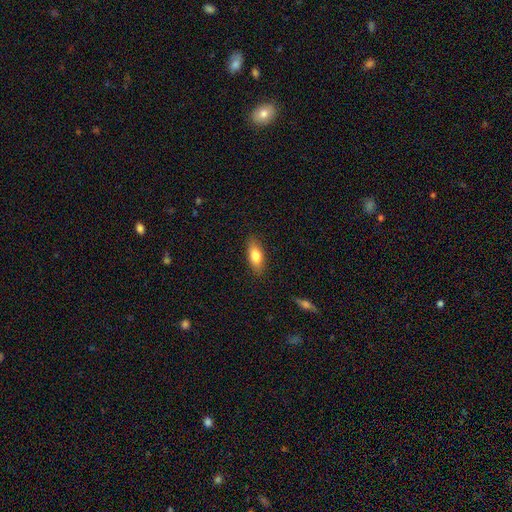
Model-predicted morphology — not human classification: Smooth or featured?
  - smooth: 78% *
  - featured or disk: 15%
  - star or artifact: 7%
How rounded?
  - in between: 78% *
  - cigar-shaped: 18%
  - round: 3%
Merging?
  - none: 87% *
  - minor disturbance: 10%
  - major disturbance: 2%
  - merger: 1%